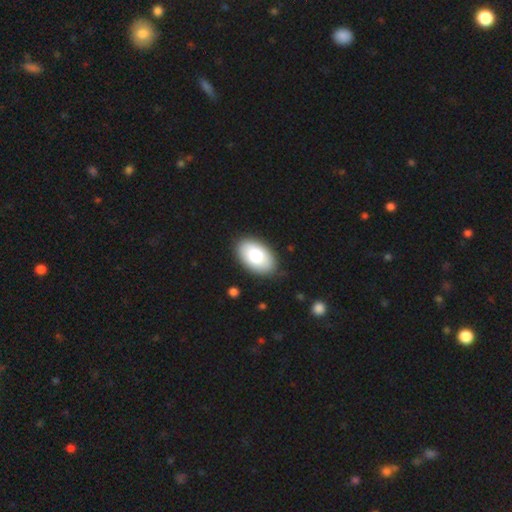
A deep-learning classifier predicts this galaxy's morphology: smooth_or_featured: smooth (p=0.84) [alt: featured or disk p=0.10]
how_rounded: in between (p=0.94) [alt: round p=0.05]
merging: none (p=0.86) [alt: minor disturbance p=0.10]